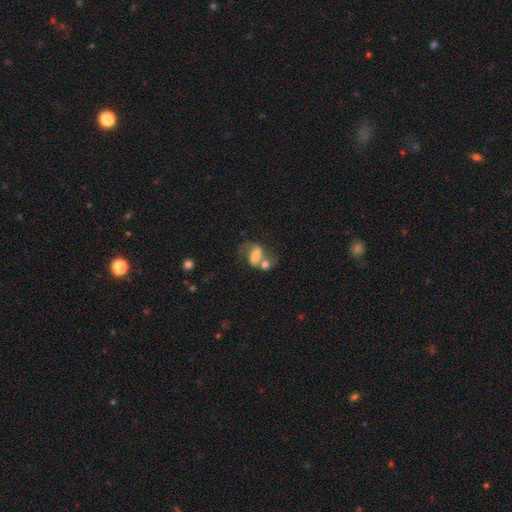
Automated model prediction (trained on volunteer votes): A smooth galaxy with no disk features (48%). Merging: merger (47%).